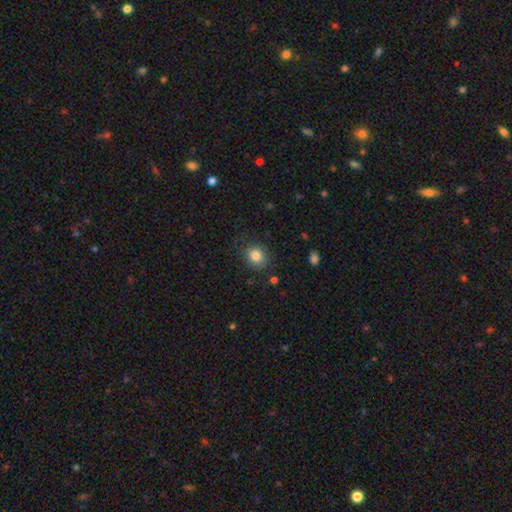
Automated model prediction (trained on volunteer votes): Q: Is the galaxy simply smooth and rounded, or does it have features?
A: smooth — 84%.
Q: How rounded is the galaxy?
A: round — 76%.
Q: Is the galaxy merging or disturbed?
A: none — 82%.